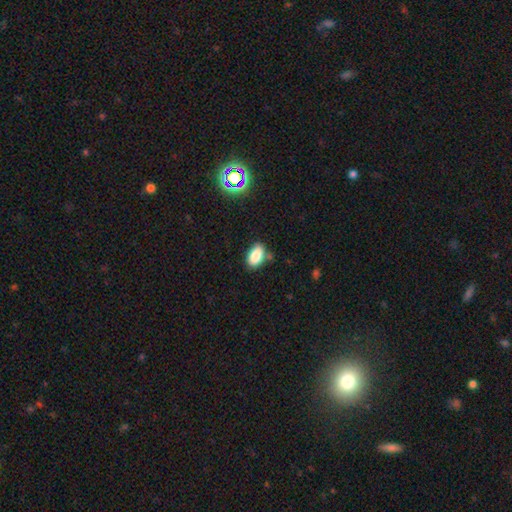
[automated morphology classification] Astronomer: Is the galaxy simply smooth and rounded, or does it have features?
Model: smooth — 85%.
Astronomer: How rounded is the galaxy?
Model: in between — 90%.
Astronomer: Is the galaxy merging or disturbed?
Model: none — 76%.